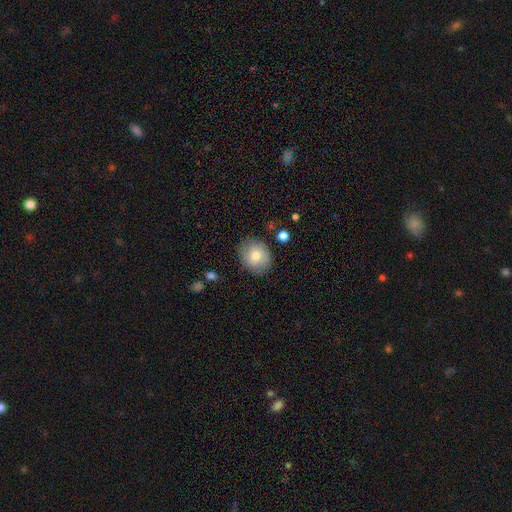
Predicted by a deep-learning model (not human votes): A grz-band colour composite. It shows a smooth galaxy with no disk features (74%) that is round (59%). Merging: none (82%).